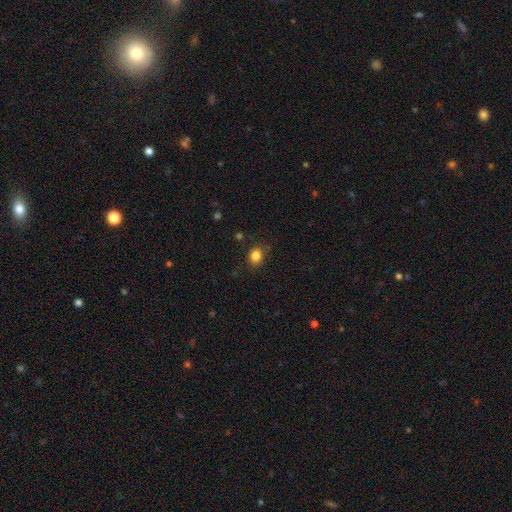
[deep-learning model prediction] This appears to be a smooth galaxy with no disk features (84%) that is round (66%). Merging: none (84%).